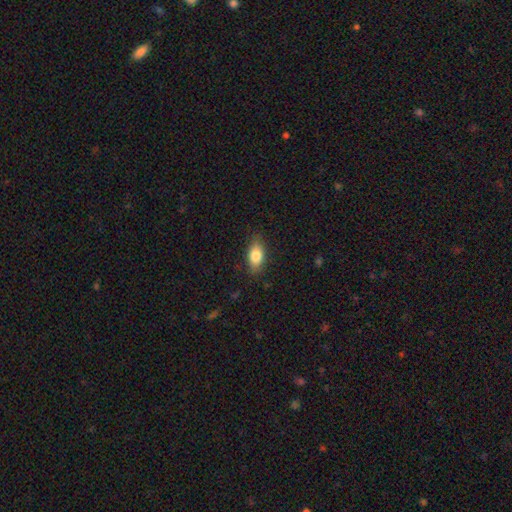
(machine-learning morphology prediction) Smooth or featured: smooth — 79% (featured or disk — 14%)
How rounded: in between — 84% (cigar-shaped — 10%)
Merging: none — 82% (minor disturbance — 14%)